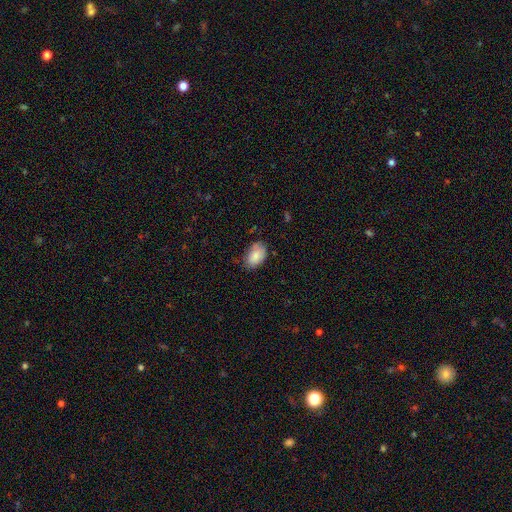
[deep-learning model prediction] smooth_or_featured: smooth (p=0.85) [alt: featured or disk p=0.08]
how_rounded: in between (p=0.90) [alt: round p=0.08]
merging: none (p=0.69) [alt: minor disturbance p=0.25]